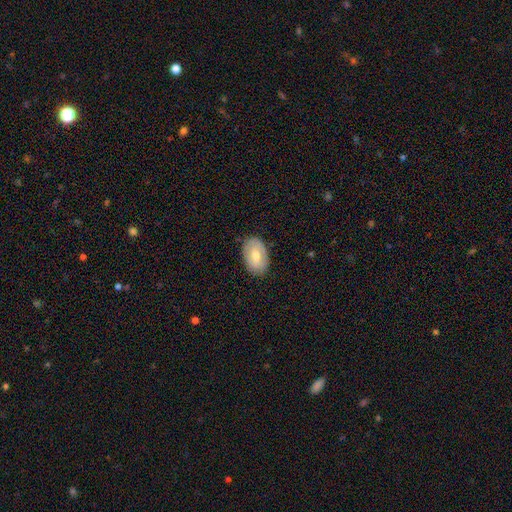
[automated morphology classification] smooth-or-featured: smooth: 55% | featured or disk: 39% | star or artifact: 6%
  how-rounded: in between: 88% | round: 10% | cigar-shaped: 1%
  merging: none: 82% | minor disturbance: 13% | major disturbance: 3% | merger: 1%